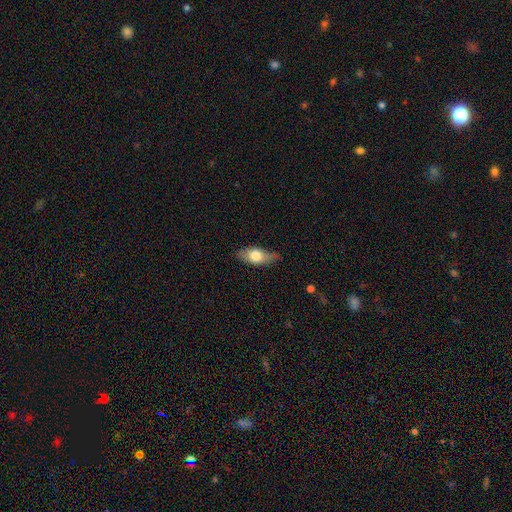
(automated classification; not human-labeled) smooth 64%, featured or disk 29%, star or artifact 6%. Down the decision tree: how rounded — in between (78%); merging — none (76%).